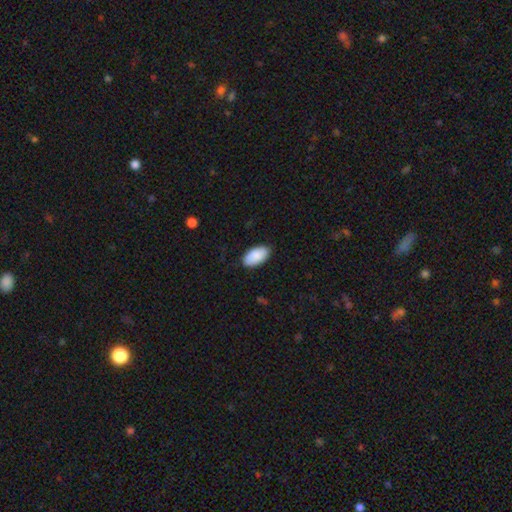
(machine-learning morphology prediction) A smooth galaxy with no disk features (89%) that is in between round and cigar-shaped (96%).

Vote fractions:
- Smooth or featured? smooth: 89% / star or artifact: 6% / featured or disk: 5%
- How rounded? in between: 96% / round: 3% / cigar-shaped: 2%
- Merging? none: 86% / minor disturbance: 11% / major disturbance: 2% / merger: 1%